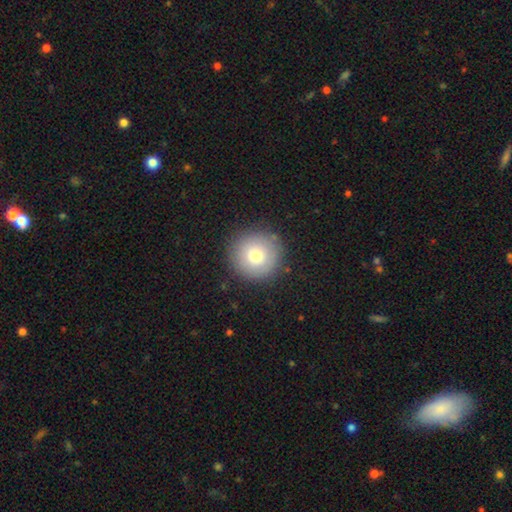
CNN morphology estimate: Q: Smooth or featured?
A: smooth (75%); runner-up: featured or disk (15%)
Q: How rounded?
A: round (96%); runner-up: in between (3%)
Q: Merging?
A: none (88%); runner-up: minor disturbance (8%)